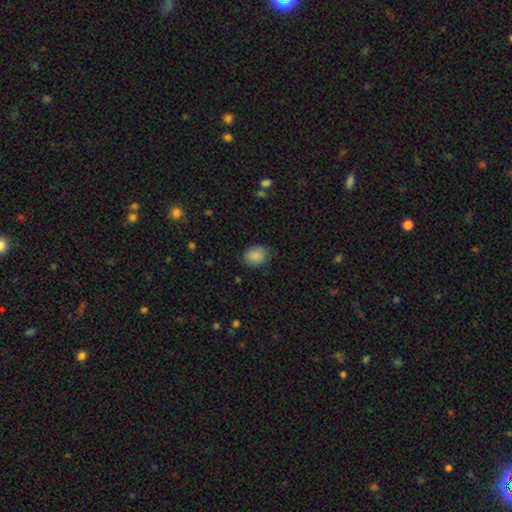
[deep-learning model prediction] Smooth or featured? smooth (88%)
How rounded? round (53%)
Merging? none (80%)